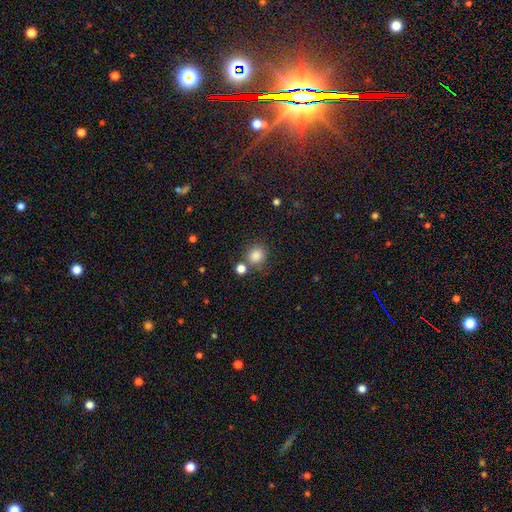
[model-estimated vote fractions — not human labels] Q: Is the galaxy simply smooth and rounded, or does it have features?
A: smooth — 84%.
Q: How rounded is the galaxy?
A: round — 85%.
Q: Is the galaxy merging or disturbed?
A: none — 70%.